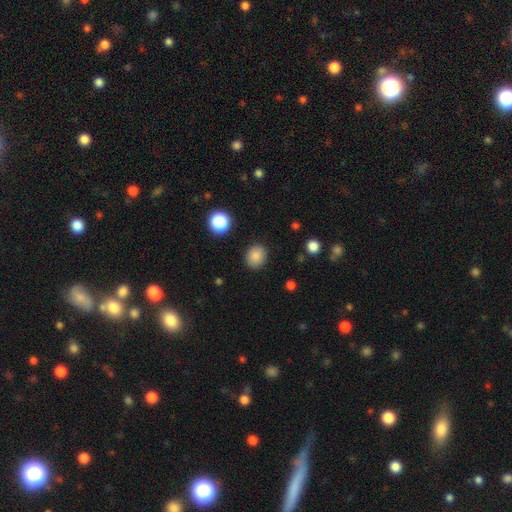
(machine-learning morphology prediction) A smooth galaxy with no disk features (85%) that is round (71%).

Vote fractions:
- Smooth or featured? smooth: 85% / star or artifact: 10% / featured or disk: 5%
- How rounded? round: 71% / in between: 28% / cigar-shaped: 1%
- Merging? none: 88% / minor disturbance: 8% / major disturbance: 3% / merger: 1%